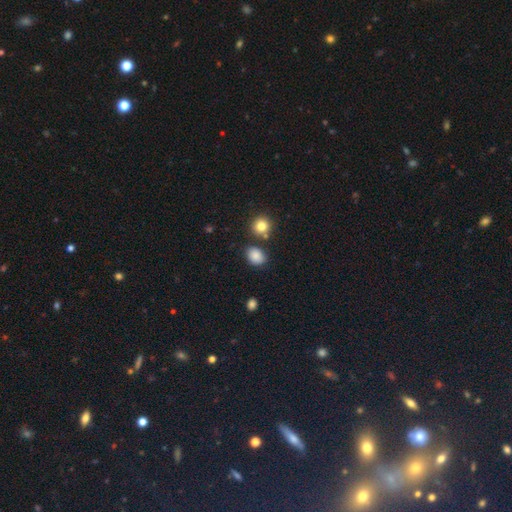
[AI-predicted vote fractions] Q: Smooth or featured?
A: smooth (85%); runner-up: star or artifact (10%)
Q: How rounded?
A: in between (60%); runner-up: round (39%)
Q: Merging?
A: none (77%); runner-up: minor disturbance (13%)